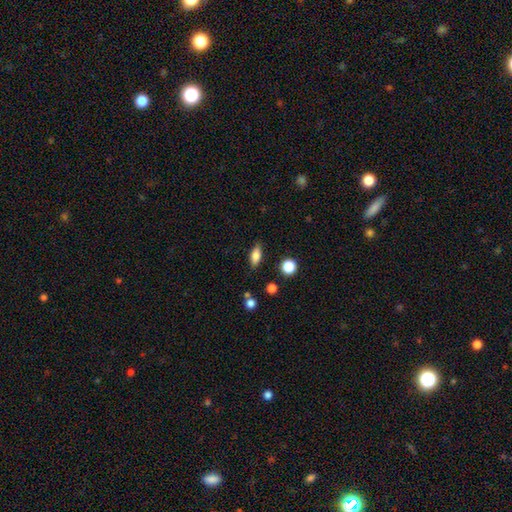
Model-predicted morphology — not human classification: This appears to be a smooth galaxy with no disk features (76%) that is in between round and cigar-shaped (77%). Merging: none (84%).